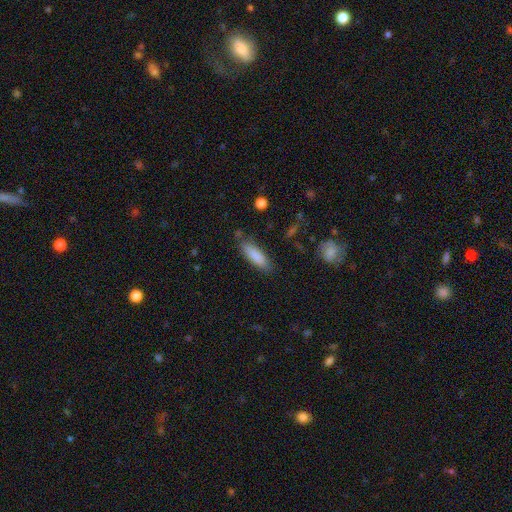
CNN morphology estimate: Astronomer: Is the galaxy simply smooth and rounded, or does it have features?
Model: smooth — 86%.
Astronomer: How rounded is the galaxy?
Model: cigar-shaped — 55% (runner-up: in between, 44%).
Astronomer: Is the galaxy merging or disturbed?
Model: none — 81%.